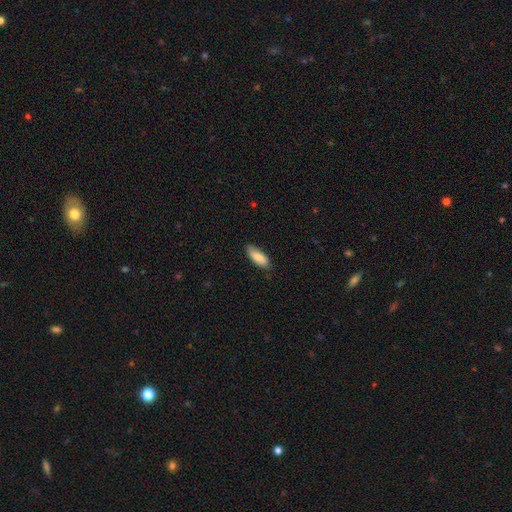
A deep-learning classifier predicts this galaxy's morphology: A smooth galaxy with no disk features (84%) that is in between round and cigar-shaped (76%).

Vote fractions:
- Smooth or featured? smooth: 84% / featured or disk: 9% / star or artifact: 6%
- How rounded? in between: 76% / cigar-shaped: 22% / round: 2%
- Merging? none: 79% / minor disturbance: 17% / major disturbance: 2% / merger: 1%